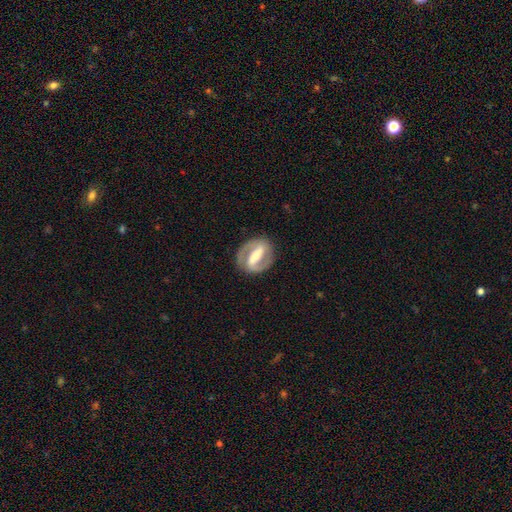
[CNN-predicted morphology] smooth_or_featured: featured or disk (p=0.85) [alt: smooth p=0.11]
disk_edge_on: no (p=0.95) [alt: yes p=0.05]
bar: strong (p=0.76) [alt: weak p=0.17]
has_spiral_arms: yes (p=0.85) [alt: no p=0.15]
spiral_winding: medium (p=0.45) [alt: tight p=0.42]
spiral_arm_count: 2 (p=0.89) [alt: can't tell p=0.05]
bulge_size: moderate (p=0.57) [alt: small p=0.31]
merging: none (p=0.84) [alt: minor disturbance p=0.10]